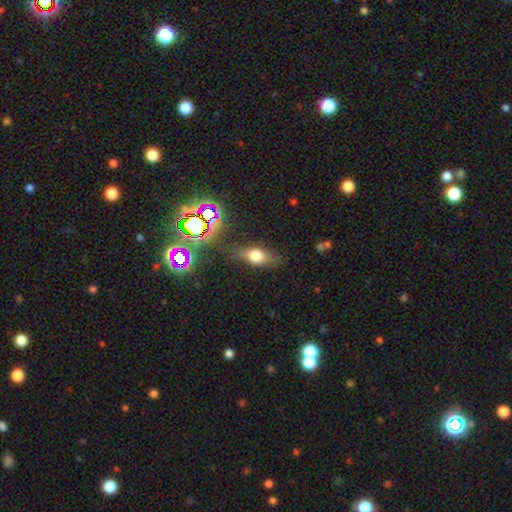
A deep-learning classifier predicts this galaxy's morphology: smooth-or-featured: smooth: 64% | featured or disk: 20% | star or artifact: 16%
  how-rounded: in between: 73% | round: 14% | cigar-shaped: 13%
  merging: none: 70% | minor disturbance: 20% | major disturbance: 7% | merger: 3%